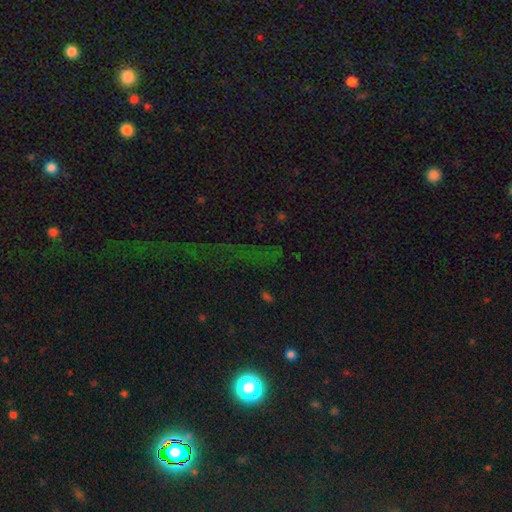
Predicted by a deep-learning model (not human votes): The model was most divided on "smooth or featured": star or artifact: 76%, smooth: 15%, featured or disk: 9%.